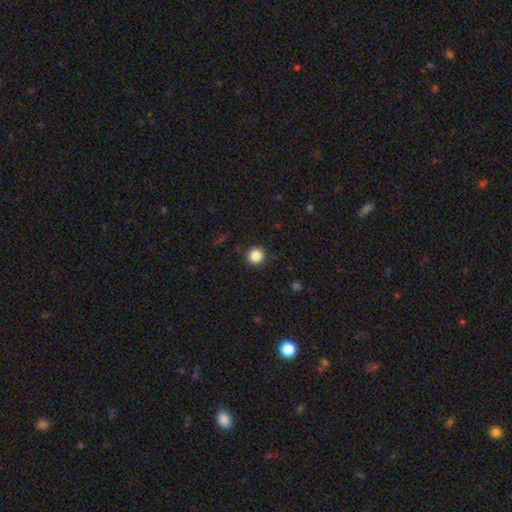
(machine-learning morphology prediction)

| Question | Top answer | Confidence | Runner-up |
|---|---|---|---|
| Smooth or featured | smooth | 86% | star or artifact (10%) |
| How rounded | round | 91% | in between (8%) |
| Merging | none | 90% | minor disturbance (7%) |